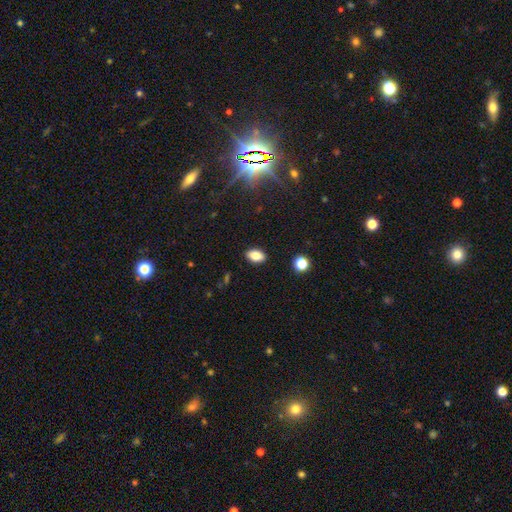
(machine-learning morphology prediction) Smooth or featured?
  - smooth: 81% *
  - star or artifact: 10%
  - featured or disk: 9%
How rounded?
  - in between: 89% *
  - round: 9%
  - cigar-shaped: 2%
Merging?
  - none: 88% *
  - minor disturbance: 8%
  - major disturbance: 2%
  - merger: 1%